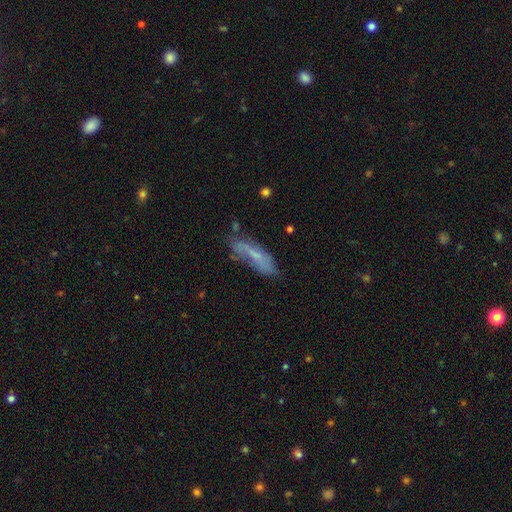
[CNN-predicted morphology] This is possibly a smooth galaxy (52%). How rounded: possibly cigar-shaped (52%). Merging: possibly none (49%).